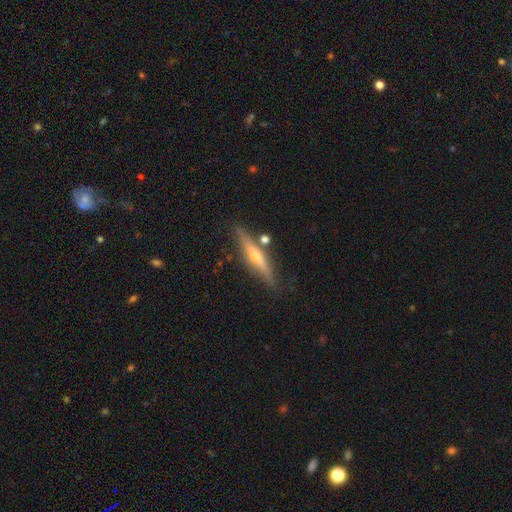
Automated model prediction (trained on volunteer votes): Q: Smooth or featured?
A: featured or disk (71%); runner-up: smooth (22%)
Q: Edge-on disk?
A: yes (96%); runner-up: no (4%)
Q: Edge-on bulge?
A: rounded (84%); runner-up: none (11%)
Q: Merging?
A: none (83%); runner-up: minor disturbance (10%)